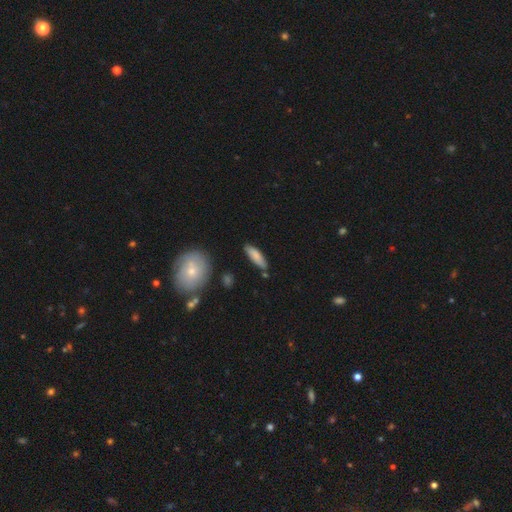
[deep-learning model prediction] This is likely a smooth galaxy (80%). How rounded: possibly cigar-shaped (57%). Merging: likely none (80%).